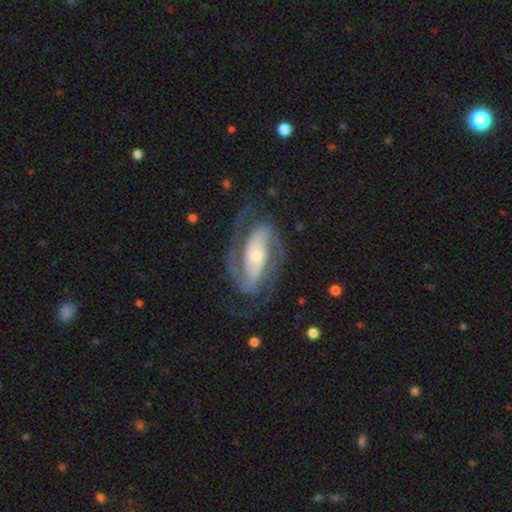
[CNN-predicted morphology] smooth-or-featured: featured or disk: 89% | smooth: 7% | star or artifact: 5%
  disk-edge-on: no: 96% | yes: 4%
    bar: no: 38% | strong: 32% | weak: 30%
    has-spiral-arms: yes: 96% | no: 4%
      spiral-winding: medium: 48% | tight: 37% | loose: 15%
      spiral-arm-count: 2: 84% | 3: 6% | can't tell: 5% | 1: 2% | 4: 2% | more than 4: 2%
    bulge-size: small: 55% | moderate: 34% | large: 7% | none: 2% | dominant: 2%
  merging: none: 71% | minor disturbance: 15% | major disturbance: 13% | merger: 1%